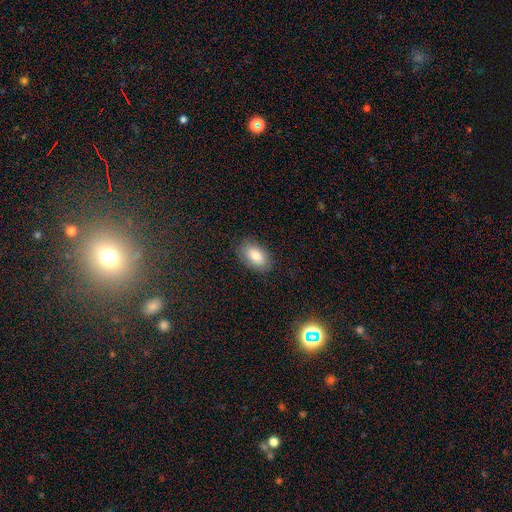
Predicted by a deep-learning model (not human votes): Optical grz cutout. It shows a smooth galaxy with no disk features (81%) that is in between round and cigar-shaped (92%). Merging: none (85%).